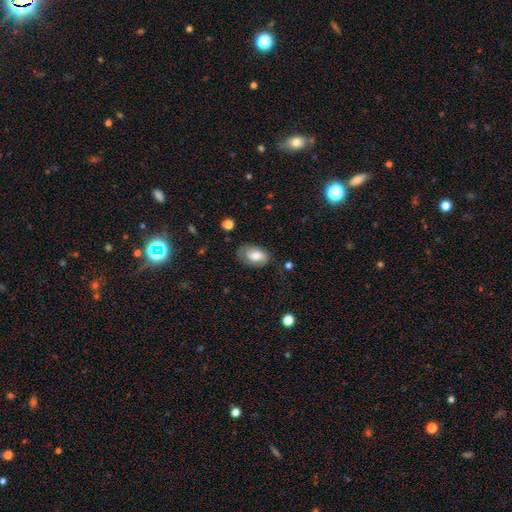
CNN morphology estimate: type=smooth (67%); roundness=in between (90%); merging=none (62%).